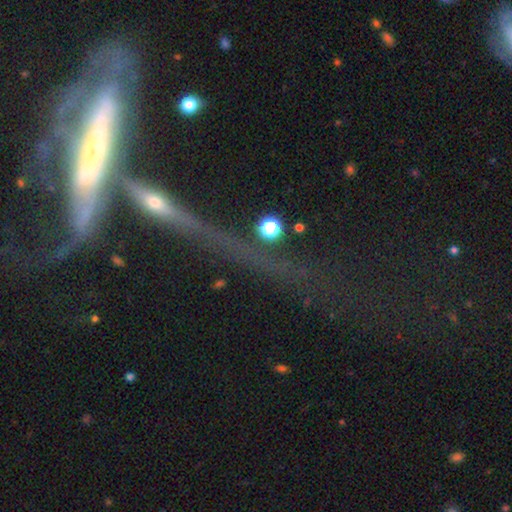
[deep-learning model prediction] Smooth or featured?
  - featured or disk: 55% *
  - star or artifact: 26%
  - smooth: 19%
Edge-on disk?
  - yes: 73% *
  - no: 27%
Merging?
  - none: 47% *
  - merger: 21%
  - major disturbance: 18%
  - minor disturbance: 15%